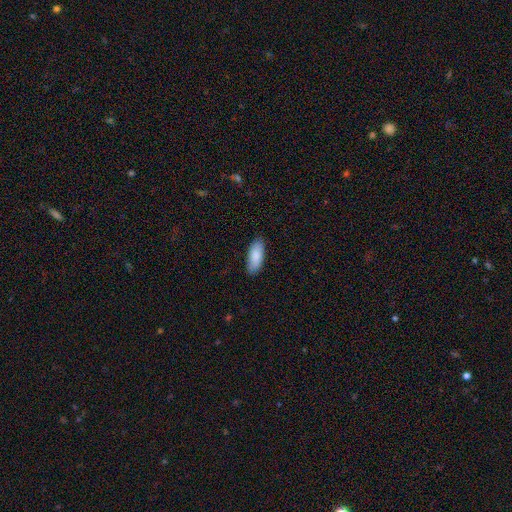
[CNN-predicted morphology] This appears to be a smooth galaxy with no disk features (87%) that is in between round and cigar-shaped (80%). Merging: none (86%).